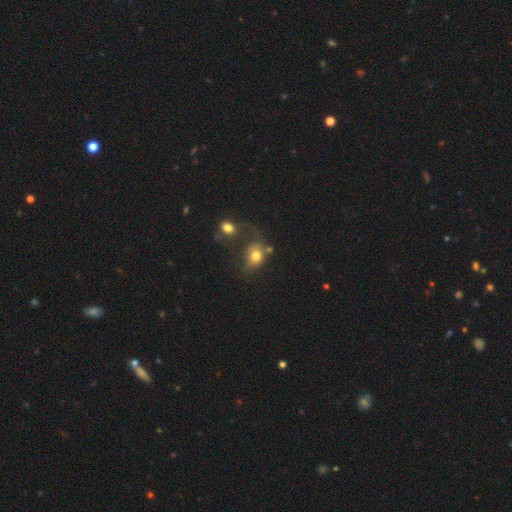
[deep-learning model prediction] smooth_or_featured: smooth (p=0.74) [alt: featured or disk p=0.15]
how_rounded: in between (p=0.50) [alt: round p=0.49]
merging: none (p=0.31) [alt: merger p=0.28]